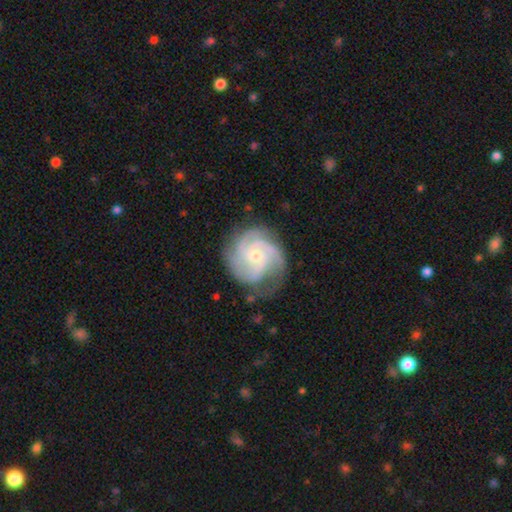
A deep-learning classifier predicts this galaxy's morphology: smooth-or-featured: featured or disk: 90% | smooth: 6% | star or artifact: 5%
  disk-edge-on: no: 98% | yes: 2%
    bar: no: 71% | weak: 23% | strong: 5%
    has-spiral-arms: yes: 98% | no: 2%
      spiral-winding: tight: 61% | medium: 34% | loose: 5%
      spiral-arm-count: 3: 54% | 4: 21% | can't tell: 8% | 2: 8% | more than 4: 4% | 1: 4%
    bulge-size: small: 66% | moderate: 30% | none: 1% | large: 1% | dominant: 1%
  merging: none: 74% | minor disturbance: 18% | major disturbance: 6% | merger: 1%